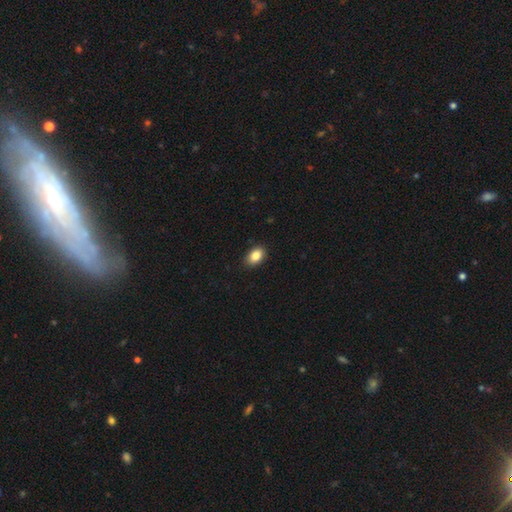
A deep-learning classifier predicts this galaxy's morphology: The model was most divided on "how rounded": in between: 87%, round: 12%, cigar-shaped: 1%. More confident: merging — none (88%); smooth or featured — smooth (86%).